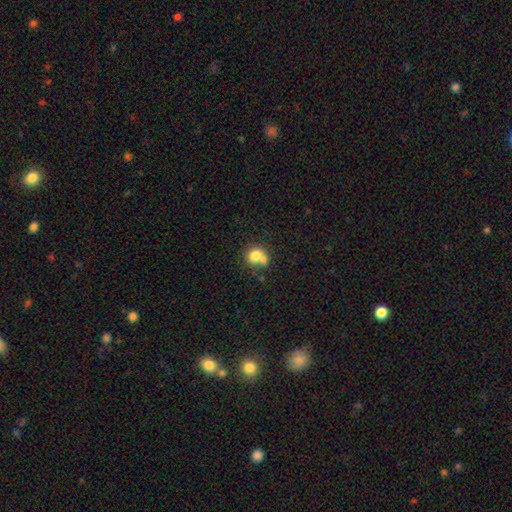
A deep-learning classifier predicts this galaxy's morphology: This appears to be a smooth galaxy with no disk features (76%) that is round (77%). Merging: none (44%).